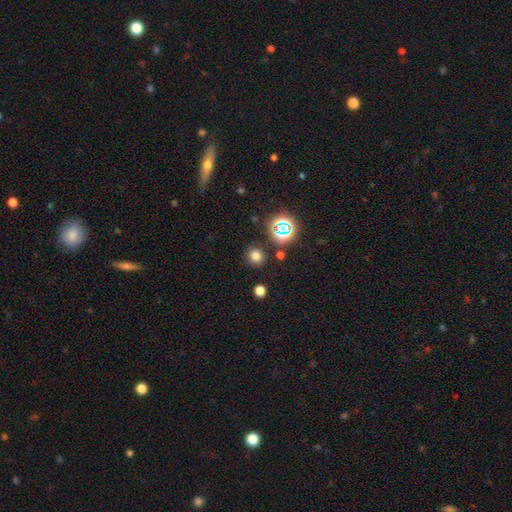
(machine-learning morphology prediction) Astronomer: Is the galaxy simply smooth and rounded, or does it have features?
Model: smooth — 73%.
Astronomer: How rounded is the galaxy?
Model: round — 85%.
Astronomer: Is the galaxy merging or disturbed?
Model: none — 86%.